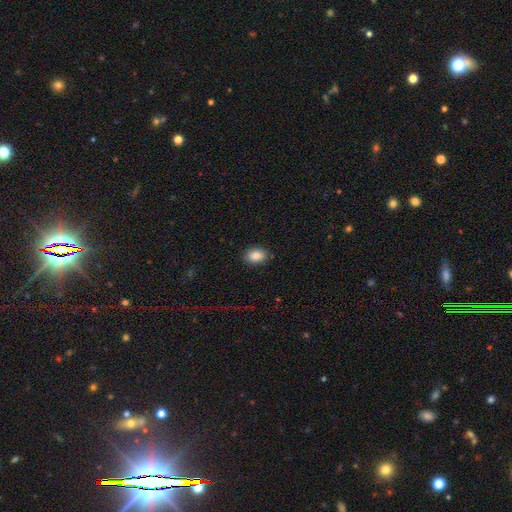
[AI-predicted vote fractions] smooth-or-featured: smooth: 87% | star or artifact: 8% | featured or disk: 5%
  how-rounded: in between: 81% | round: 18% | cigar-shaped: 1%
  merging: none: 88% | minor disturbance: 9% | major disturbance: 2% | merger: 1%